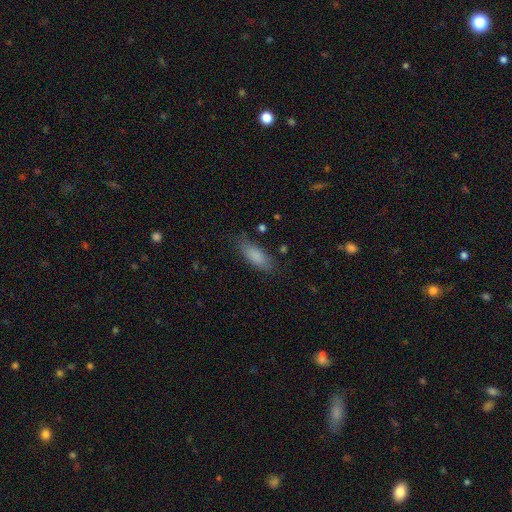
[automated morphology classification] Smooth or featured? smooth (85%)
How rounded? in between (69%)
Merging? none (77%)